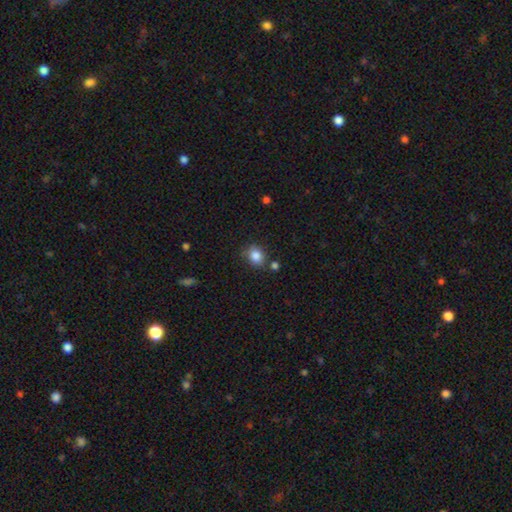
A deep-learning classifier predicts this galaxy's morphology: This is clearly a smooth galaxy (85%). How rounded: likely round (64%). Merging: likely none (73%).